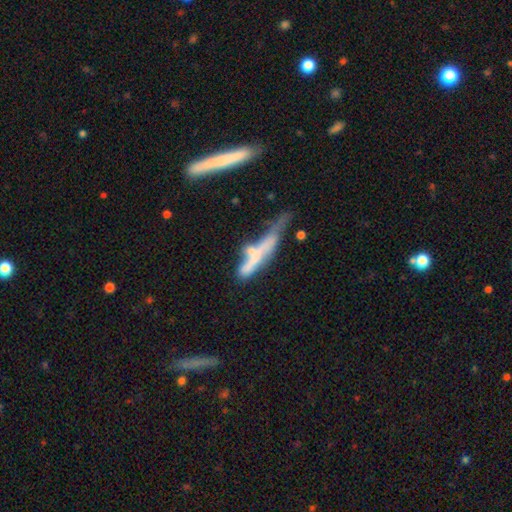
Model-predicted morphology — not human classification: A featured or disk galaxy (46%). Merging: merger (31%).